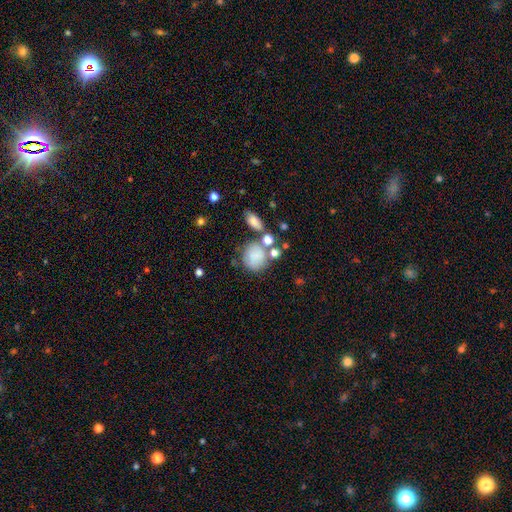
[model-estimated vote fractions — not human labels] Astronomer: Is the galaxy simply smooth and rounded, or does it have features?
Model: smooth — 79%.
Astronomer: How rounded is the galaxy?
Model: round — 74%.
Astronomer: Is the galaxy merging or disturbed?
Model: none — 53%.